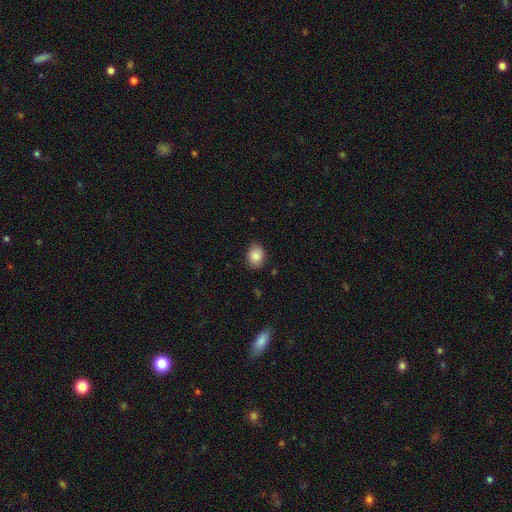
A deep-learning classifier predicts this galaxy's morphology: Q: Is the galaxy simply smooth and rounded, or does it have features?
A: smooth — 86%.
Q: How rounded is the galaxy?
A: in between — 62%.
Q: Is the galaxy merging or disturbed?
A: none — 81%.